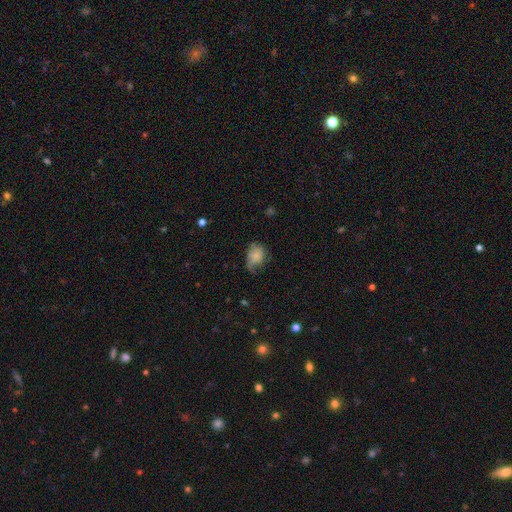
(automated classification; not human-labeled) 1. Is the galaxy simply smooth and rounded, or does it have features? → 69% smooth, 21% featured or disk, 9% star or artifact.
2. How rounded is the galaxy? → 65% in between, 33% round, 1% cigar-shaped.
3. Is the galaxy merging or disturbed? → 37% none (tied), 37% minor disturbance (tied), 24% major disturbance, 2% merger.